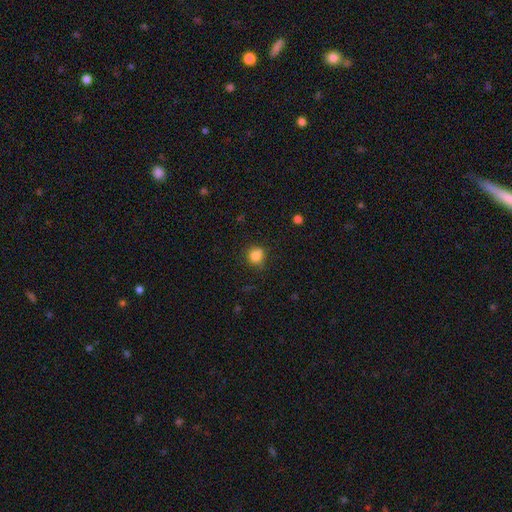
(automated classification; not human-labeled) The model was most divided on "merging": none: 74%, minor disturbance: 18%, major disturbance: 5%, merger: 4%. More confident: how rounded — round (84%); smooth or featured — smooth (83%).